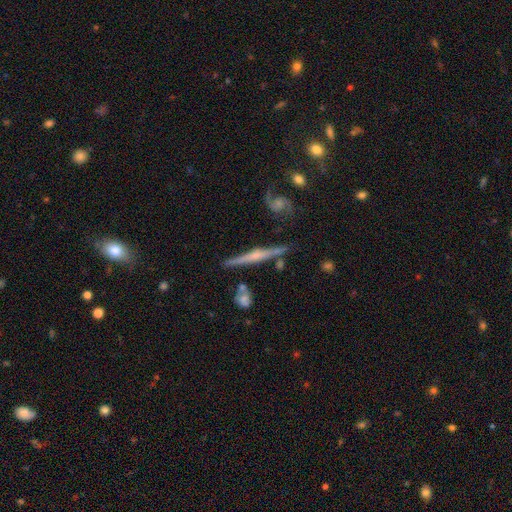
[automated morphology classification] Smooth or featured? featured or disk (78%)
Edge-on disk? yes (96%)
Edge-on bulge? rounded (66%)
Merging? none (80%)